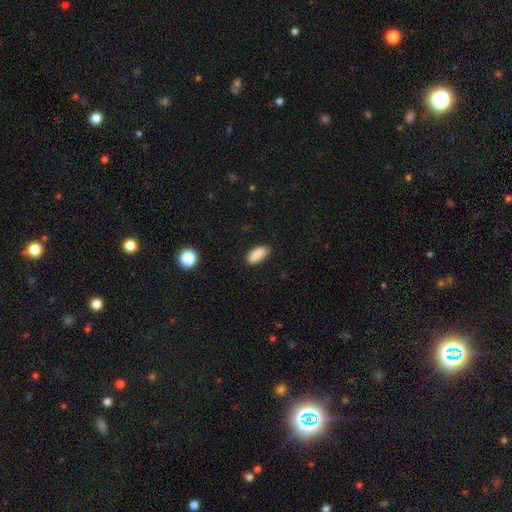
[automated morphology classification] Smooth or featured? smooth (89%)
How rounded? in between (90%)
Merging? none (82%)